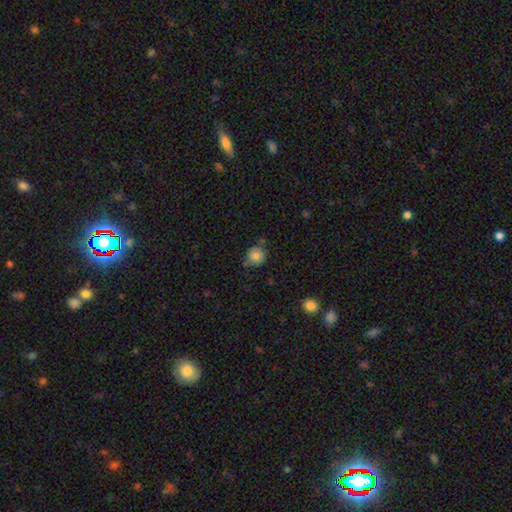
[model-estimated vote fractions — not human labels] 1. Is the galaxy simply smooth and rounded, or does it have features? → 83% smooth, 10% star or artifact, 7% featured or disk.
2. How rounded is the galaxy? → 87% round, 12% in between, 1% cigar-shaped.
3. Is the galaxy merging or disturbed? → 65% none, 24% minor disturbance, 6% merger, 5% major disturbance.